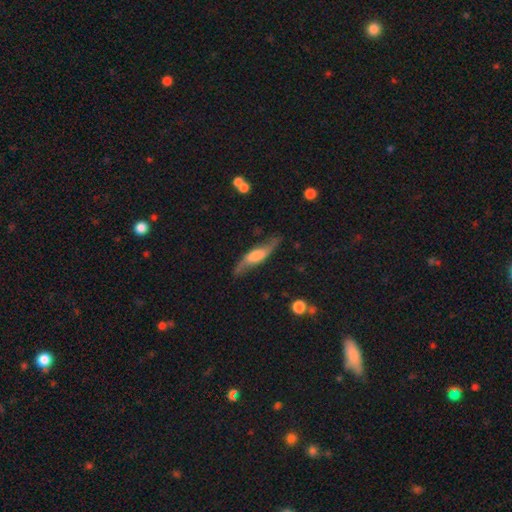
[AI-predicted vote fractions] A featured or disk galaxy (75%). Merging: none (75%).